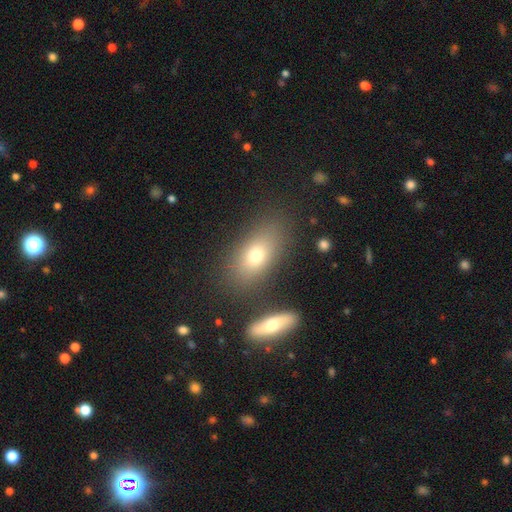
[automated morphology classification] Smooth or featured: smooth — 71% (featured or disk — 18%)
How rounded: in between — 82% (round — 11%)
Merging: none — 76% (minor disturbance — 11%)